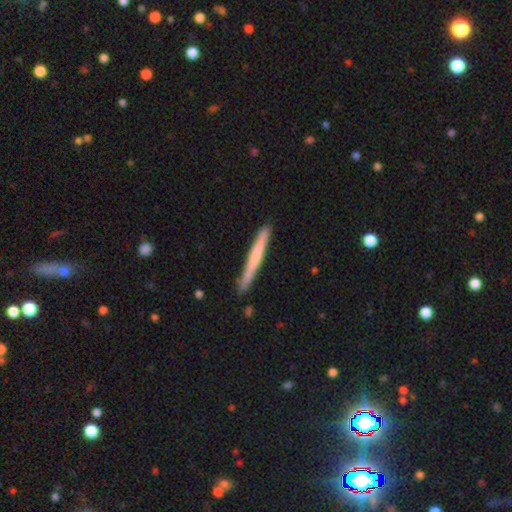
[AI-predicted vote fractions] Smooth or featured? smooth (57%)
How rounded? cigar-shaped (97%)
Merging? none (87%)